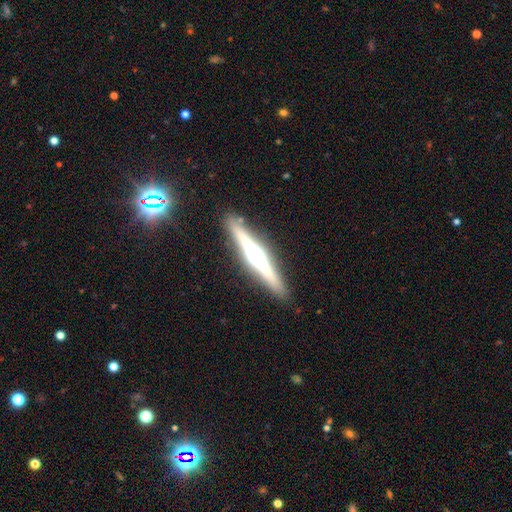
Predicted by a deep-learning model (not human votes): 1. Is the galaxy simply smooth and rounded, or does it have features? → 76% featured or disk, 17% smooth, 7% star or artifact.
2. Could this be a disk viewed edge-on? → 97% yes, 3% no.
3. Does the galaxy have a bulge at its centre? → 82% rounded, 12% boxy, 6% none.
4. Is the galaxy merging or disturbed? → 89% none, 8% minor disturbance, 2% major disturbance, 2% merger.